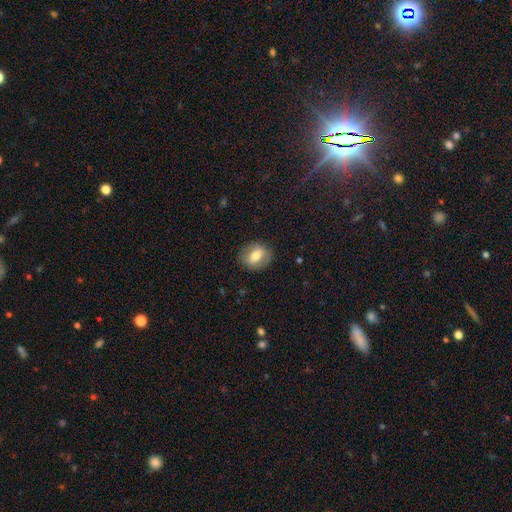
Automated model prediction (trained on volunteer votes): This appears to be a smooth galaxy with no disk features (63%) that is round (57%). Merging: none (85%).